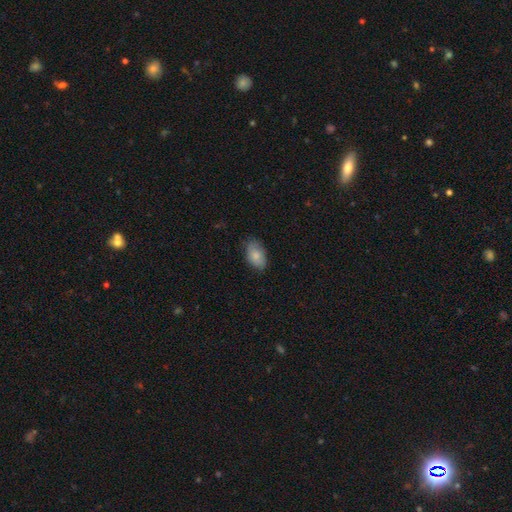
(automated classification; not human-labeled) This appears to be a smooth galaxy with no disk features (82%) that is in between round and cigar-shaped (93%). Merging: none (78%).